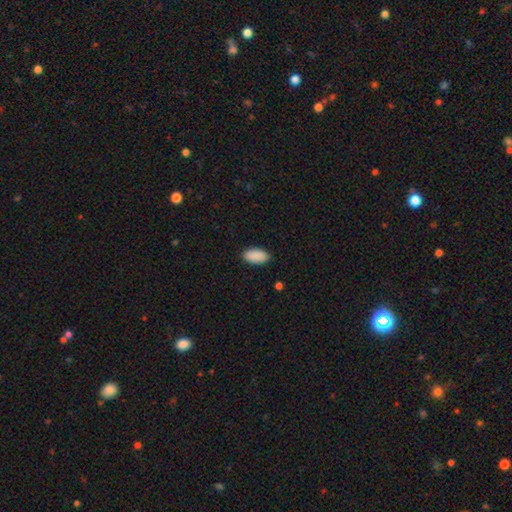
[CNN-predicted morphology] This appears to be a smooth galaxy with no disk features (91%) that is in between round and cigar-shaped (94%). Merging: none (88%).